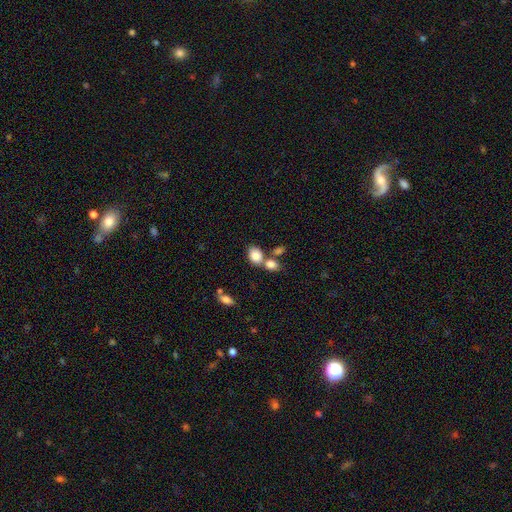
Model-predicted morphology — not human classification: smooth 83%, star or artifact 9%, featured or disk 8%. Down the decision tree: how rounded — in between (69%); merging — none (44%).